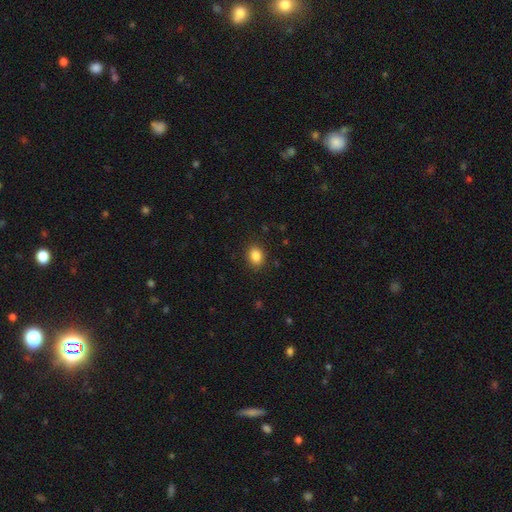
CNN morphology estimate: Smooth or featured? Predicted: smooth (p=0.86). How rounded? Predicted: in between (p=0.61). Merging? Predicted: none (p=0.87).